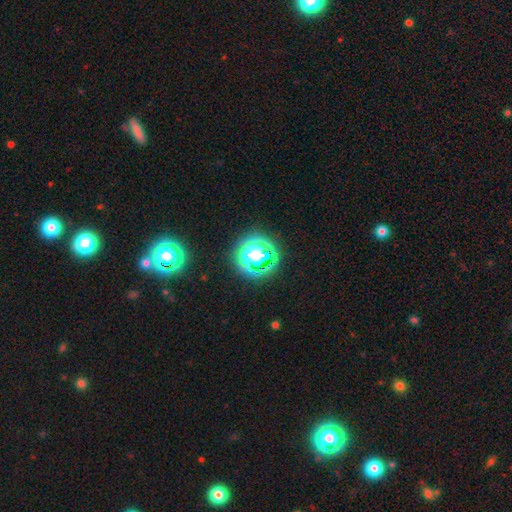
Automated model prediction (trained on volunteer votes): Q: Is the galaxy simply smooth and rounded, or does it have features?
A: star or artifact — 48%.